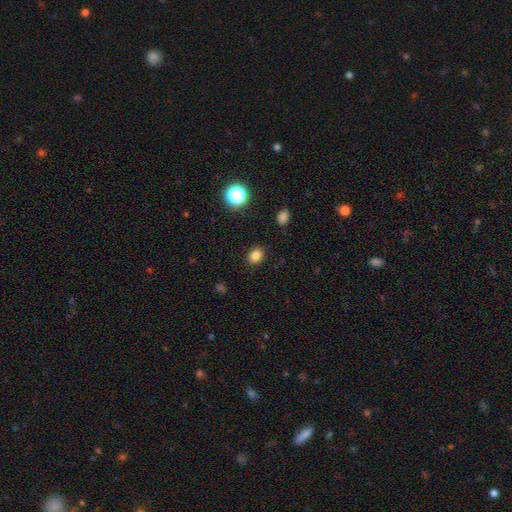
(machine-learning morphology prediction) This is clearly a smooth galaxy (82%). How rounded: possibly in between (56%). Merging: clearly none (88%).